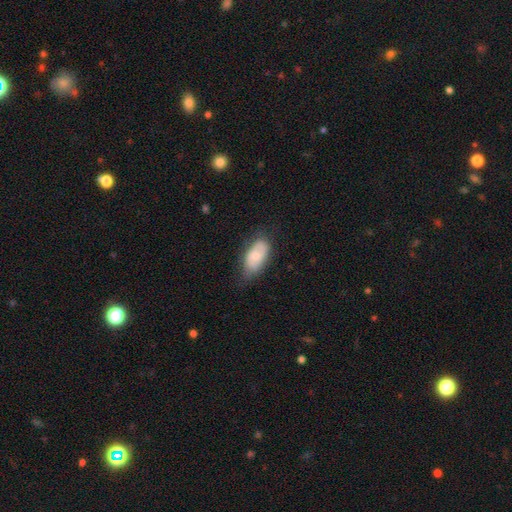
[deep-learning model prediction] Smooth or featured?
  - smooth: 63% *
  - featured or disk: 30%
  - star or artifact: 7%
How rounded?
  - in between: 92% *
  - cigar-shaped: 4%
  - round: 3%
Merging?
  - none: 62% *
  - minor disturbance: 29%
  - major disturbance: 7%
  - merger: 2%